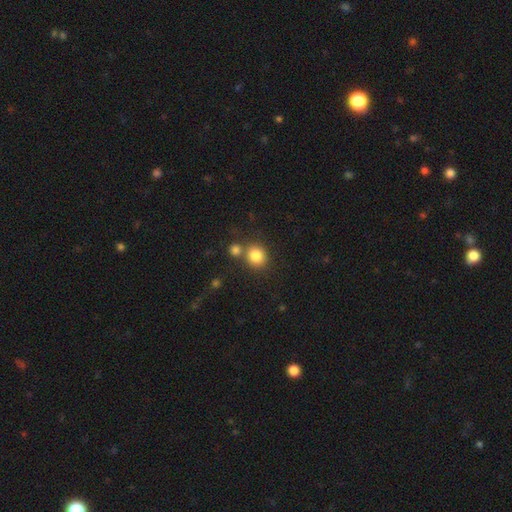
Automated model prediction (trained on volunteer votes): A smooth galaxy with no disk features (83%) that is round (84%).

Vote fractions:
- Smooth or featured? smooth: 83% / star or artifact: 11% / featured or disk: 6%
- How rounded? round: 84% / in between: 15% / cigar-shaped: 1%
- Merging? none: 65% / merger: 23% / minor disturbance: 9% / major disturbance: 3%